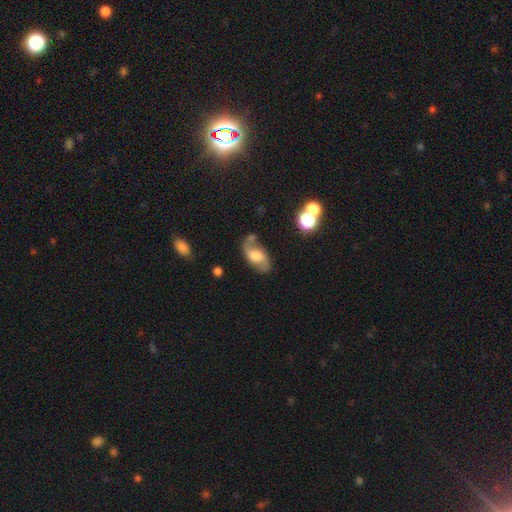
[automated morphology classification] type=featured or disk (75%); edge-on=no (95%); bar=no (46%); spiral arms=yes (92%); winding=loose (60%); arm count=2 (91%); bulge=moderate (42%); merging=none (68%).